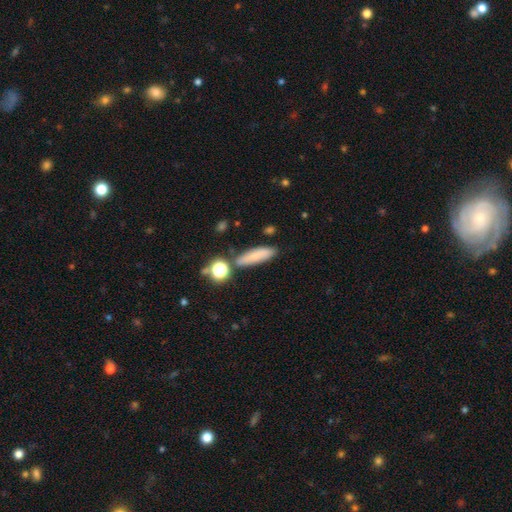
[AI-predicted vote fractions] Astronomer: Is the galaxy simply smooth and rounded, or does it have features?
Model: smooth — 75%.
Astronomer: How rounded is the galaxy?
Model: cigar-shaped — 58% (runner-up: in between, 38%).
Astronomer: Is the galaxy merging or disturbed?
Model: none — 76%.